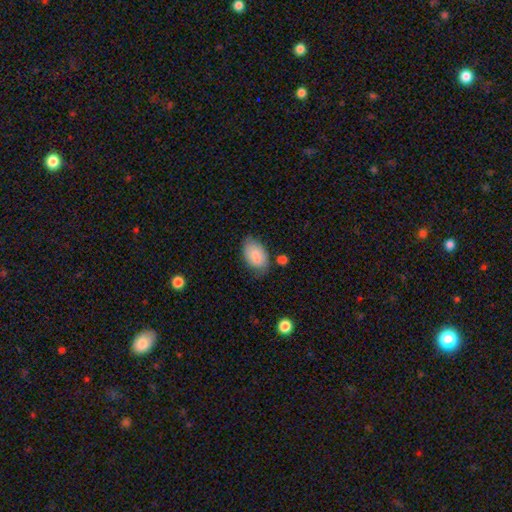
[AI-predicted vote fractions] smooth-or-featured: smooth: 84% | featured or disk: 9% | star or artifact: 6%
  how-rounded: in between: 92% | round: 6% | cigar-shaped: 1%
  merging: none: 65% | minor disturbance: 25% | major disturbance: 5% | merger: 5%